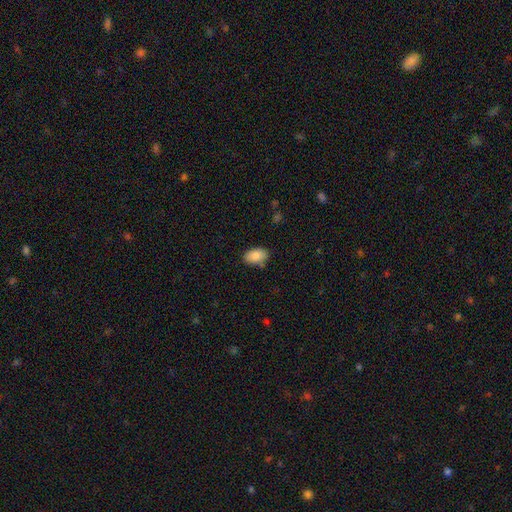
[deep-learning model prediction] Smooth or featured: smooth — 88% (star or artifact — 7%)
How rounded: in between — 92% (round — 7%)
Merging: none — 79% (minor disturbance — 14%)